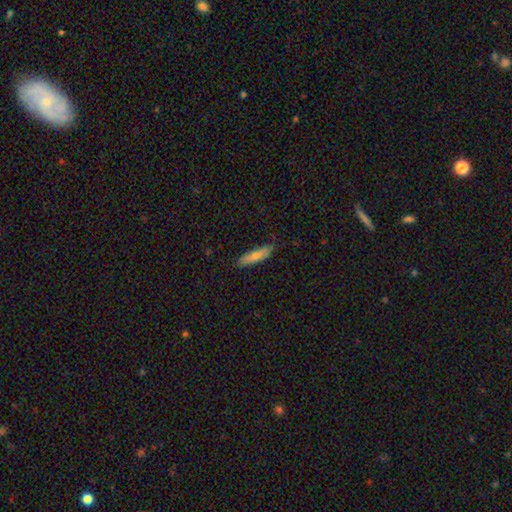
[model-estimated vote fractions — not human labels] Q: Smooth or featured?
A: smooth (68%); runner-up: featured or disk (25%)
Q: How rounded?
A: cigar-shaped (73%); runner-up: in between (25%)
Q: Merging?
A: none (83%); runner-up: minor disturbance (14%)